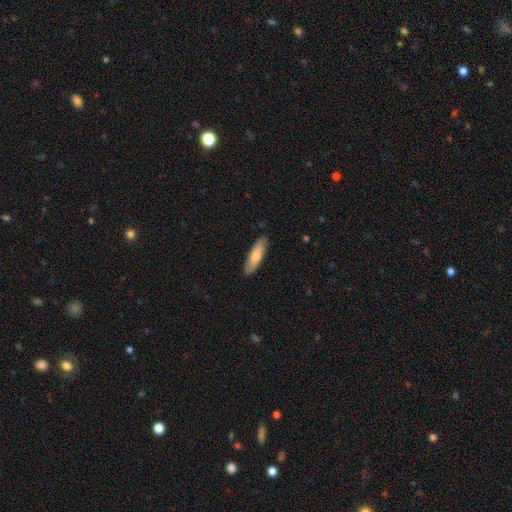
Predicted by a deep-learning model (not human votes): Smooth or featured?
  - smooth: 74% *
  - featured or disk: 21%
  - star or artifact: 5%
How rounded?
  - cigar-shaped: 60% *
  - in between: 38%
  - round: 2%
Merging?
  - none: 88% *
  - minor disturbance: 10%
  - major disturbance: 2%
  - merger: 1%